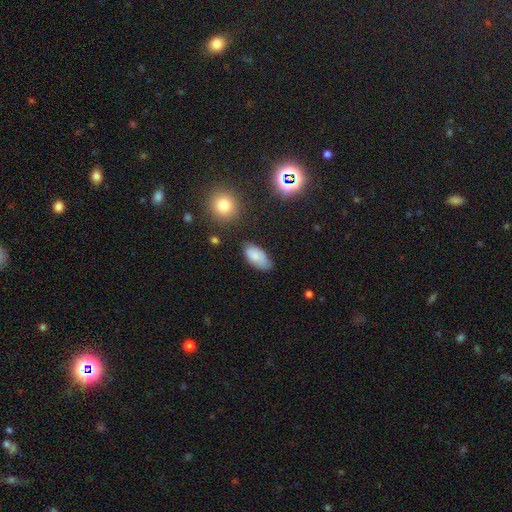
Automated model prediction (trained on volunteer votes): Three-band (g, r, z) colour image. It shows a smooth galaxy with no disk features (79%) that is in between round and cigar-shaped (93%). Merging: none (66%).